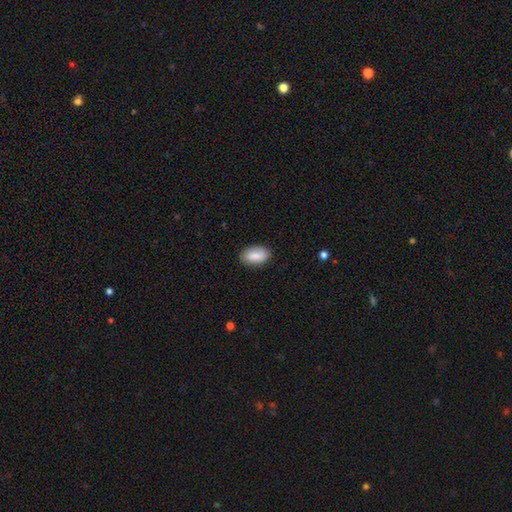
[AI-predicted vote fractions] smooth-or-featured: smooth: 85% | featured or disk: 8% | star or artifact: 7%
  how-rounded: in between: 93% | round: 4% | cigar-shaped: 3%
  merging: none: 85% | minor disturbance: 11% | major disturbance: 2% | merger: 1%